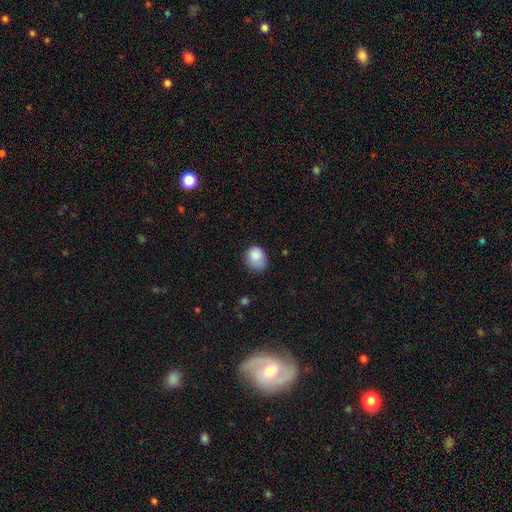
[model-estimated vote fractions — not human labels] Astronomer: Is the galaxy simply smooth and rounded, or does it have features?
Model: smooth — 84%.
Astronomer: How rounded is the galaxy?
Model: round — 55% (runner-up: in between, 45%).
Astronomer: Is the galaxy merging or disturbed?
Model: none — 51% (runner-up: minor disturbance, 35%).